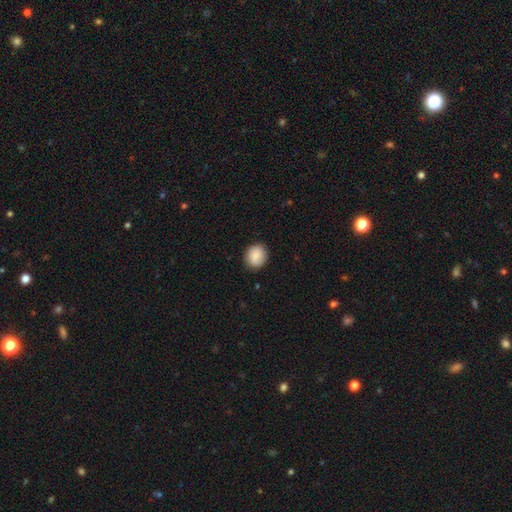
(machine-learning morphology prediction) A smooth galaxy with no disk features (84%) that is round (75%).

Vote fractions:
- Smooth or featured? smooth: 84% / featured or disk: 9% / star or artifact: 7%
- How rounded? round: 75% / in between: 24% / cigar-shaped: 1%
- Merging? none: 87% / minor disturbance: 10% / major disturbance: 2% / merger: 1%